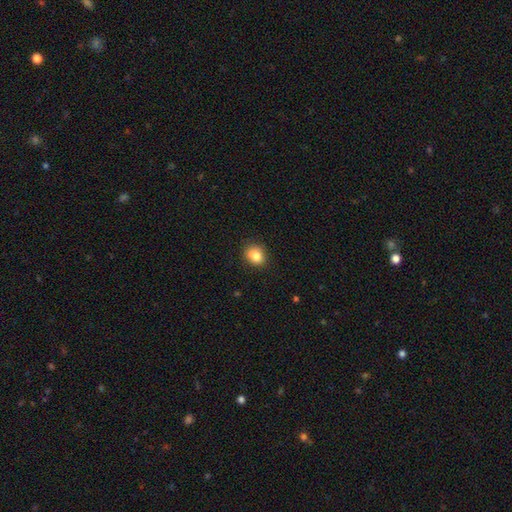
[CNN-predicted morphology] Smooth or featured? smooth (85%)
How rounded? round (55%)
Merging? none (86%)